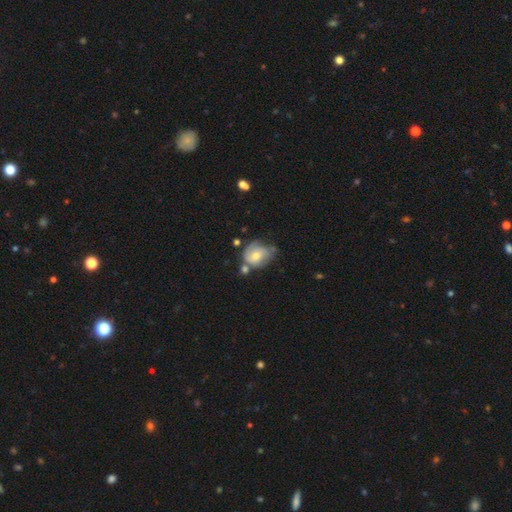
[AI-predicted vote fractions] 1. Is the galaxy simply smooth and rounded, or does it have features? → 51% smooth, 41% featured or disk, 8% star or artifact.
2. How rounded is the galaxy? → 59% round, 40% in between, 1% cigar-shaped.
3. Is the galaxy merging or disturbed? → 36% none, 32% minor disturbance, 16% merger, 16% major disturbance.